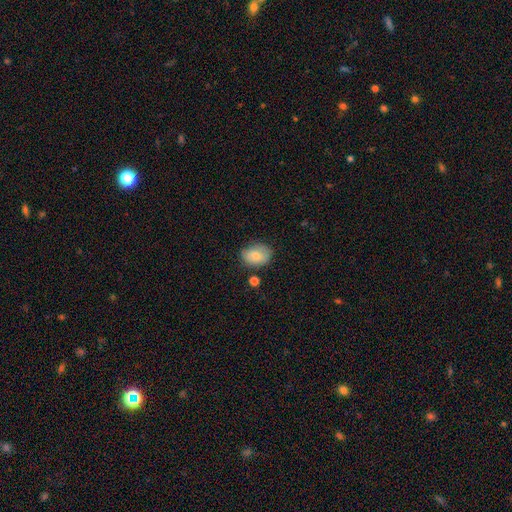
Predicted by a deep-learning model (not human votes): Overall: smooth (80%). How rounded: in between (73%). Merging: none (70%).